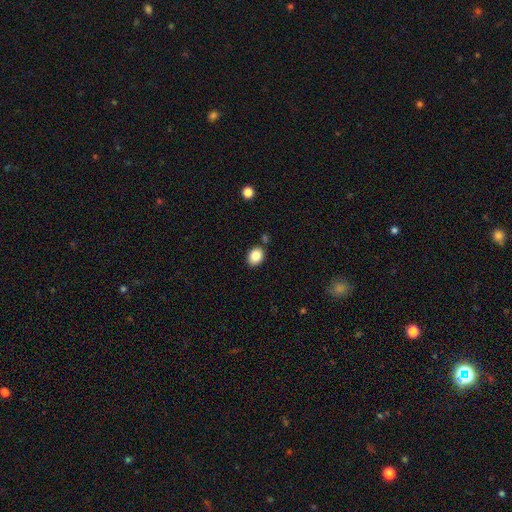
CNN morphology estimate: The model was most divided on "how rounded": in between: 57%, round: 42%, cigar-shaped: 1%. More confident: smooth or featured — smooth (86%); merging — none (83%).